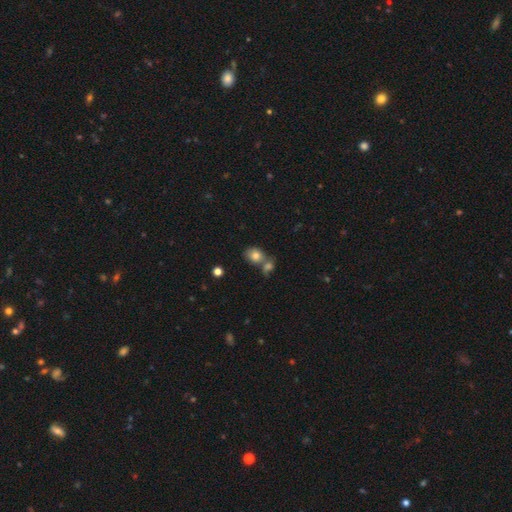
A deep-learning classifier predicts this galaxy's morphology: Smooth or featured?
  - smooth: 80% *
  - star or artifact: 10%
  - featured or disk: 10%
How rounded?
  - in between: 50% *
  - round: 49%
  - cigar-shaped: 1%
Merging?
  - none: 45% *
  - merger: 40%
  - minor disturbance: 11%
  - major disturbance: 4%